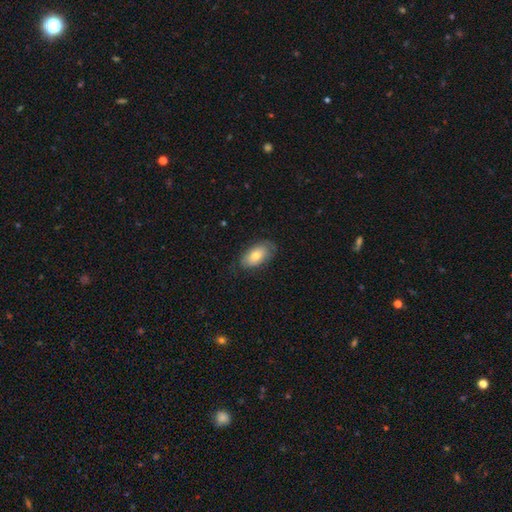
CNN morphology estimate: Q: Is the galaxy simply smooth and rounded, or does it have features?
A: smooth — 72%.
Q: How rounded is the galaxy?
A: in between — 93%.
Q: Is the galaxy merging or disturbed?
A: none — 73%.